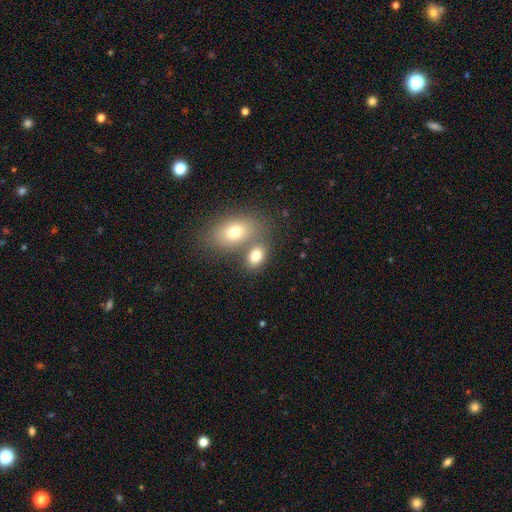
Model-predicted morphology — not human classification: Q: Smooth or featured?
A: smooth (77%); runner-up: featured or disk (13%)
Q: How rounded?
A: in between (81%); runner-up: round (18%)
Q: Merging?
A: none (46%); runner-up: merger (40%)